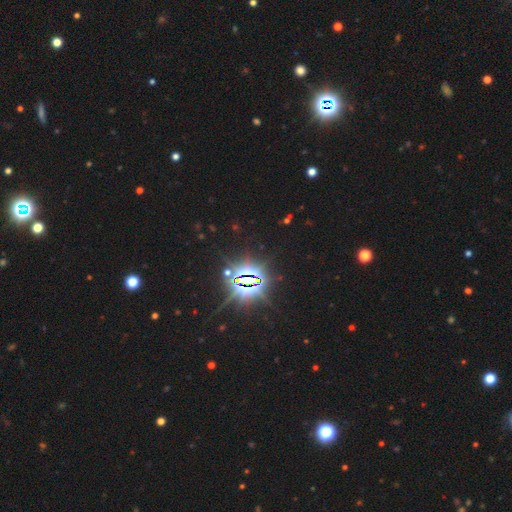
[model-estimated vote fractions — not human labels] smooth_or_featured: star or artifact (p=0.84) [alt: smooth p=0.10]